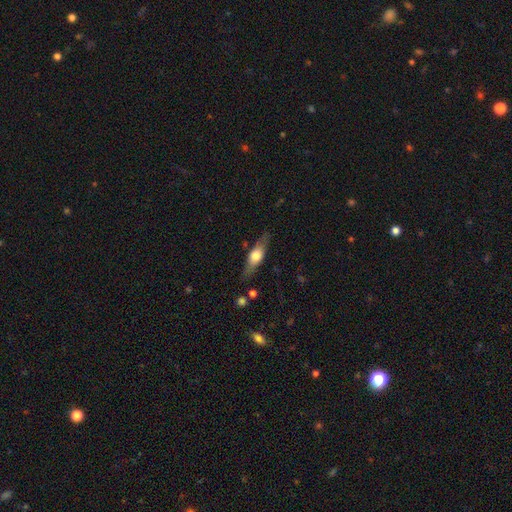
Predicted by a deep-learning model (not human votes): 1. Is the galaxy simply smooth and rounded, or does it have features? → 48% featured or disk, 46% smooth, 6% star or artifact.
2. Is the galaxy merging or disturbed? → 79% none, 14% minor disturbance, 4% major disturbance, 2% merger.